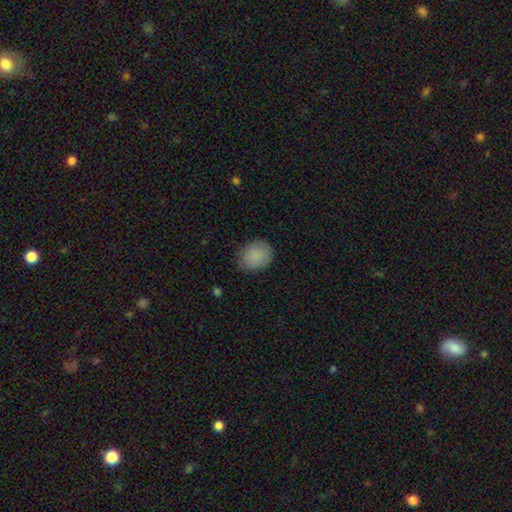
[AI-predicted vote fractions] smooth-or-featured: smooth: 88% | star or artifact: 8% | featured or disk: 5%
  how-rounded: round: 53% | in between: 46% | cigar-shaped: 1%
  merging: none: 81% | minor disturbance: 15% | major disturbance: 3% | merger: 1%